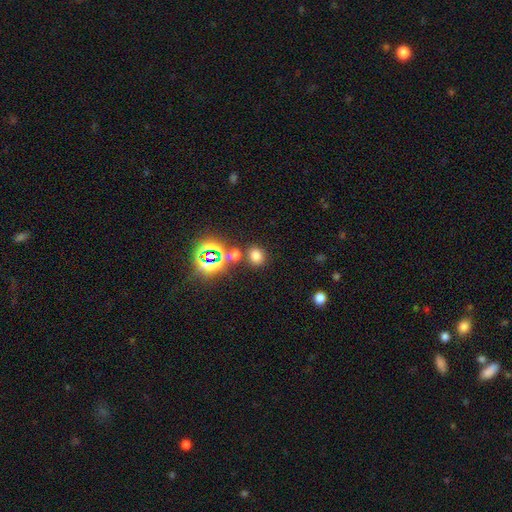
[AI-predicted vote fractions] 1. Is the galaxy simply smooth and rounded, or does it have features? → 68% smooth, 25% star or artifact, 7% featured or disk.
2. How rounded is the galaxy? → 65% round, 33% in between, 1% cigar-shaped.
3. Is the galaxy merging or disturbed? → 77% none, 11% merger, 9% minor disturbance, 4% major disturbance.